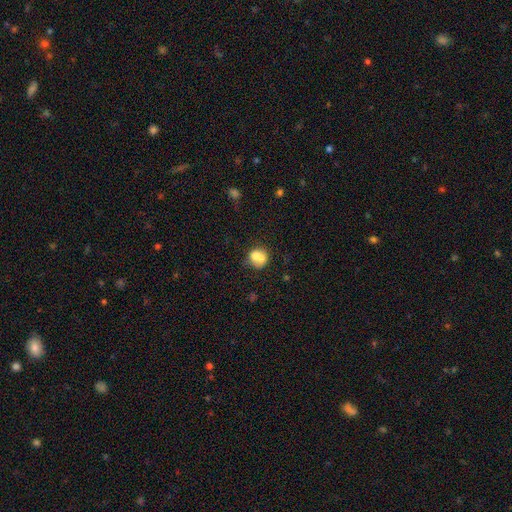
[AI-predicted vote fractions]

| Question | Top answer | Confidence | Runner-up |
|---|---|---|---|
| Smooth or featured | smooth | 69% | featured or disk (21%) |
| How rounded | round | 71% | in between (28%) |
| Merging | merger | 49% | none (33%) |